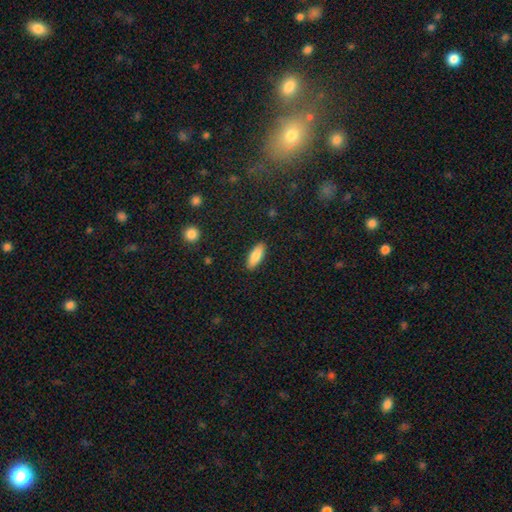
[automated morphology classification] A smooth galaxy with no disk features (84%) that is in between round and cigar-shaped (76%).

Vote fractions:
- Smooth or featured? smooth: 84% / featured or disk: 10% / star or artifact: 6%
- How rounded? in between: 76% / cigar-shaped: 22% / round: 2%
- Merging? none: 89% / minor disturbance: 8% / major disturbance: 2% / merger: 1%